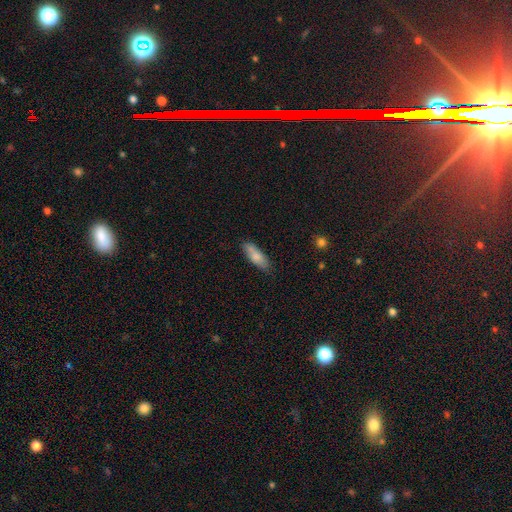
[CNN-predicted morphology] This appears to be a smooth galaxy with no disk features (80%) that is in between round and cigar-shaped (60%). Merging: none (76%).